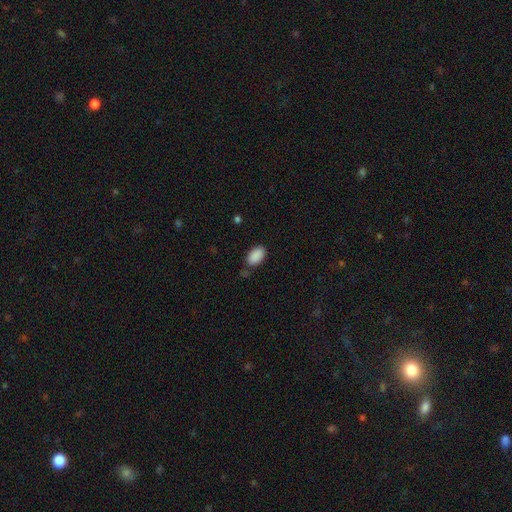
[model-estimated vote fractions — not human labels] A smooth galaxy with no disk features (90%) that is in between round and cigar-shaped (93%). Merging: none (79%).